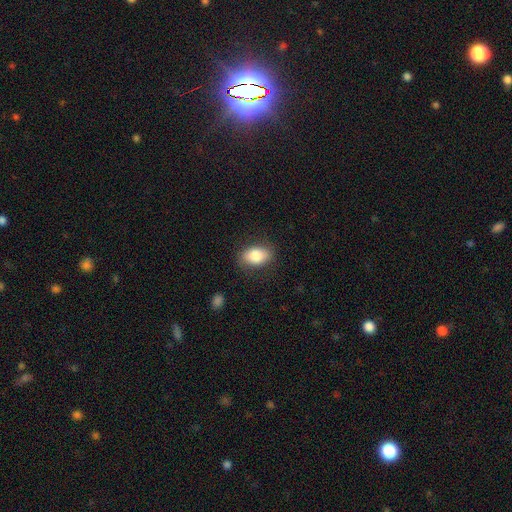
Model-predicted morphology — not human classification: A smooth galaxy with no disk features (82%) that is in between round and cigar-shaped (85%).

Vote fractions:
- Smooth or featured? smooth: 82% / featured or disk: 11% / star or artifact: 7%
- How rounded? in between: 85% / round: 13% / cigar-shaped: 1%
- Merging? none: 82% / minor disturbance: 13% / major disturbance: 4% / merger: 1%